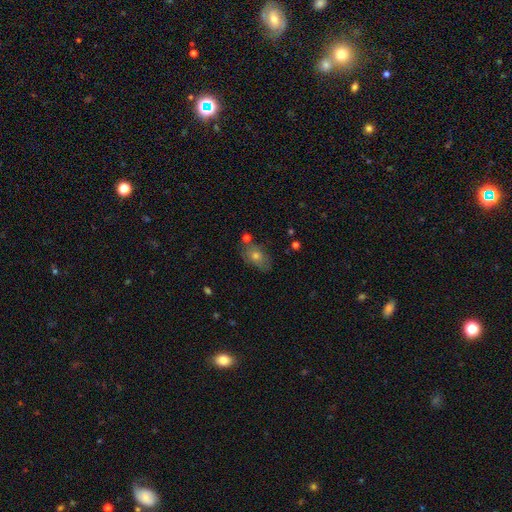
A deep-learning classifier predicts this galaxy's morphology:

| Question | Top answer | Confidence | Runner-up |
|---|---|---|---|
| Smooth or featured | smooth | 58% | featured or disk (27%) |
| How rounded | in between | 76% | round (21%) |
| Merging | none | 67% | minor disturbance (19%) |